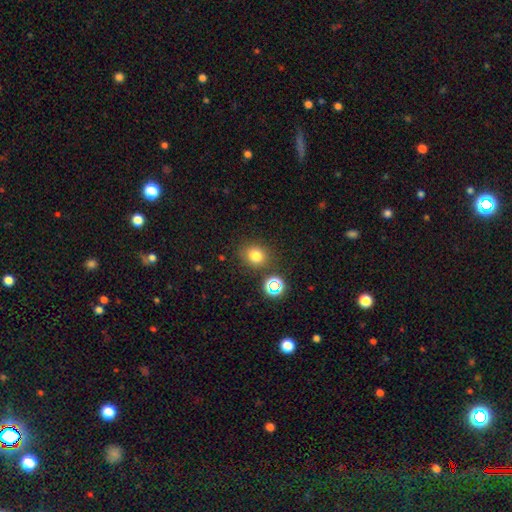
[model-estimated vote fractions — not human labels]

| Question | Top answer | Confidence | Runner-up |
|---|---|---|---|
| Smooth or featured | smooth | 76% | star or artifact (17%) |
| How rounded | round | 75% | in between (24%) |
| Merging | none | 80% | minor disturbance (11%) |